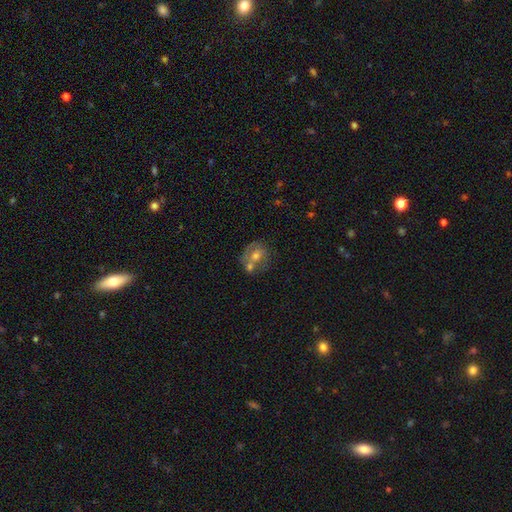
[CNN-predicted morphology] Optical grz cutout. It shows a smooth galaxy with no disk features (45%). Merging: none (41%).